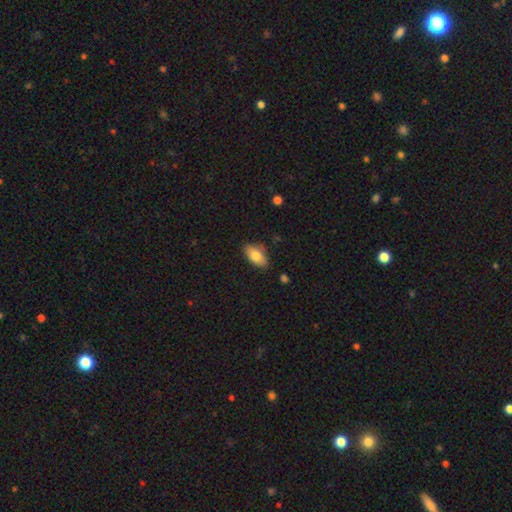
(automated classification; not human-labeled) This is likely a smooth galaxy (78%). How rounded: clearly in between (92%). Merging: likely none (78%).